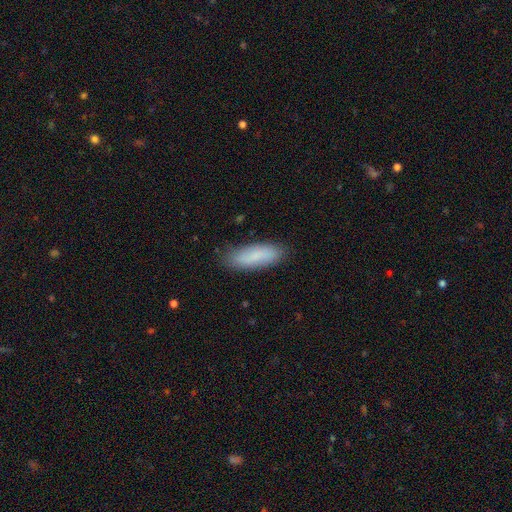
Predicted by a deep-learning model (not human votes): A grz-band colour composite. It shows a smooth galaxy with no disk features (81%) that is in between round and cigar-shaped (57%). Merging: none (84%).